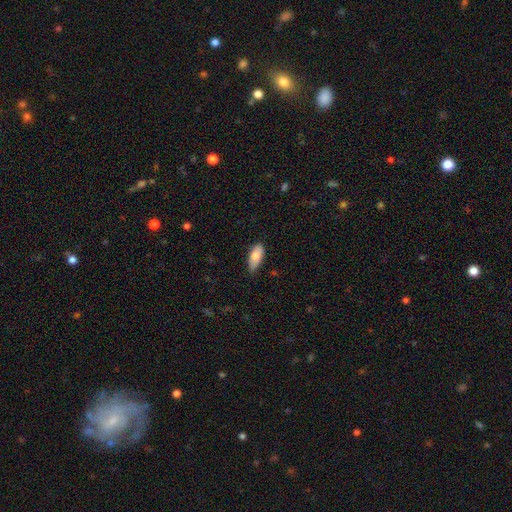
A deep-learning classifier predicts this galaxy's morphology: type=smooth (80%); roundness=in between (85%); merging=none (75%).